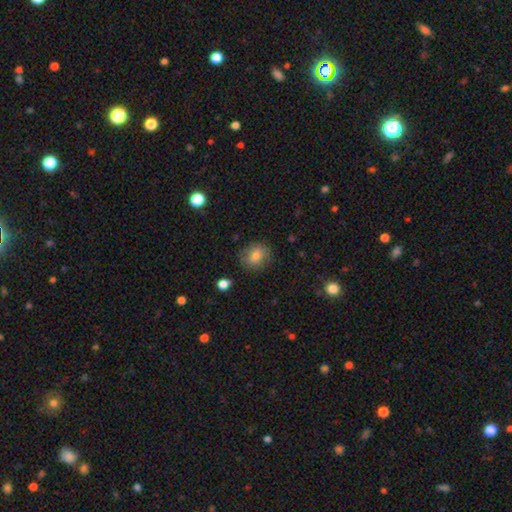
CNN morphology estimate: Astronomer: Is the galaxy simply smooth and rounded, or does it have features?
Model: smooth — 76%.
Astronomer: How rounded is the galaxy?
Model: round — 64%.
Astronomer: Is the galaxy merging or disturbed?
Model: none — 79%.